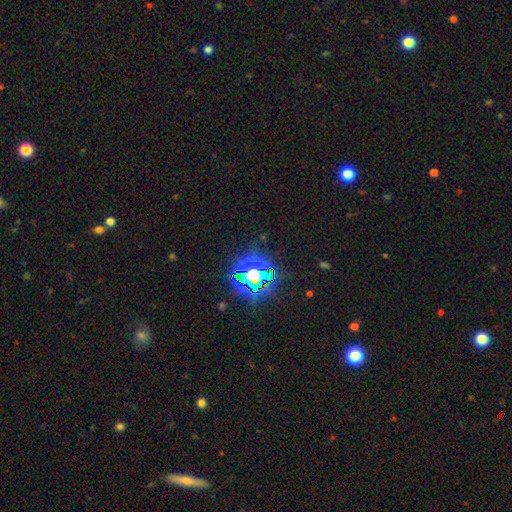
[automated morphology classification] smooth_or_featured: star or artifact (p=0.79) [alt: smooth p=0.14]